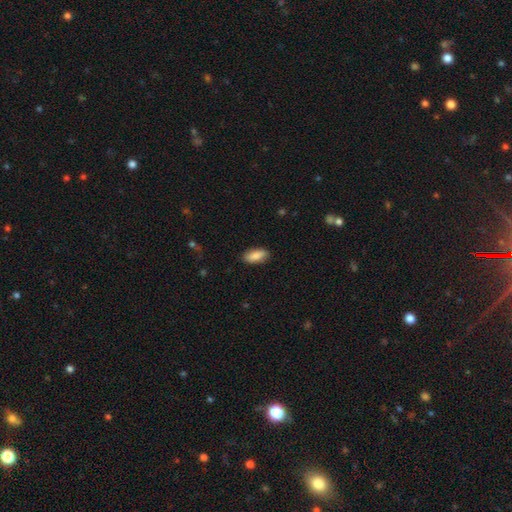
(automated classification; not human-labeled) Overall: smooth (87%). How rounded: in between (87%). Merging: none (87%).